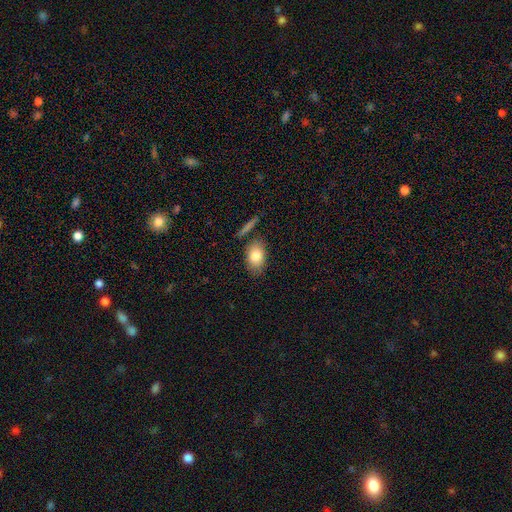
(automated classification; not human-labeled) Overall: smooth (80%). How rounded: in between (86%). Merging: none (75%).